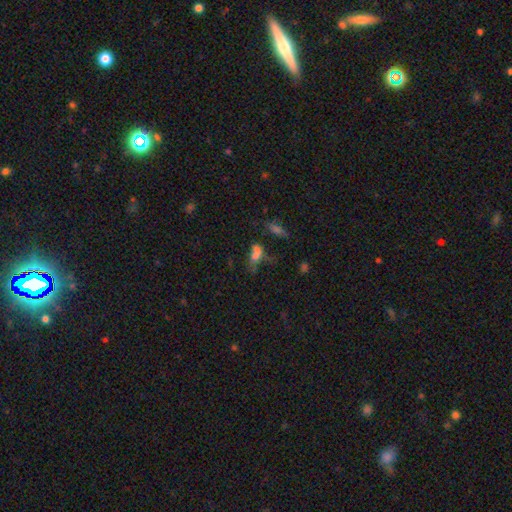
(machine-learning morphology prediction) Q: Smooth or featured?
A: smooth (60%); runner-up: star or artifact (21%)
Q: How rounded?
A: in between (74%); runner-up: round (14%)
Q: Merging?
A: merger (34%); runner-up: none (30%)